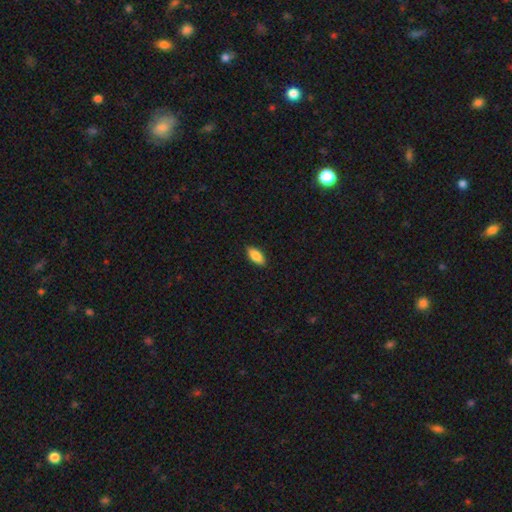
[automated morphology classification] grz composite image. It shows a smooth galaxy with no disk features (86%) that is in between round and cigar-shaped (85%). Merging: none (89%).